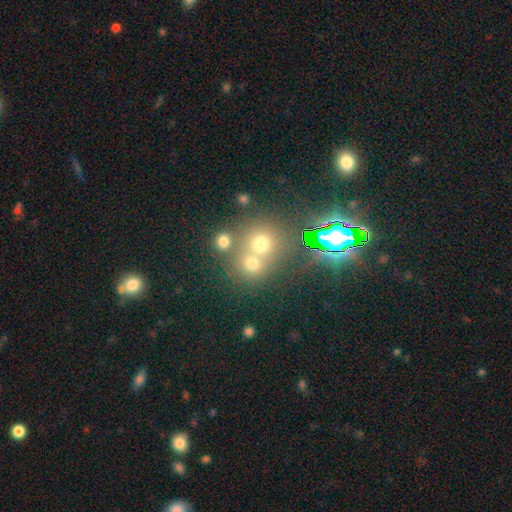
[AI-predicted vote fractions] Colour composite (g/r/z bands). It shows a smooth galaxy with no disk features (52%) that is round (82%). Merging: none (47%).